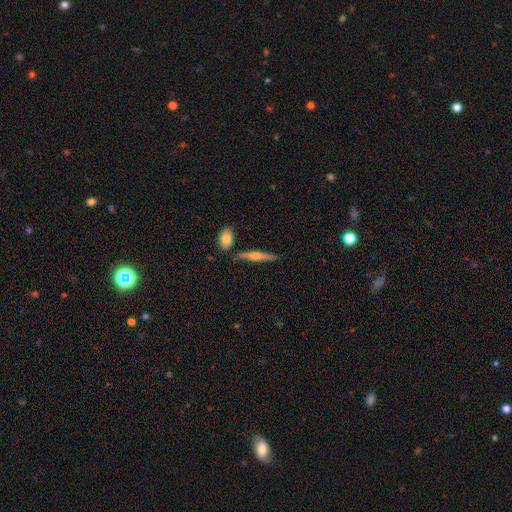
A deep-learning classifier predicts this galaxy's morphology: smooth-or-featured: featured or disk: 58% | smooth: 36% | star or artifact: 6%
  disk-edge-on: yes: 94% | no: 6%
    edge-on-bulge: rounded: 84% | none: 10% | boxy: 6%
  merging: none: 79% | minor disturbance: 12% | merger: 7% | major disturbance: 3%